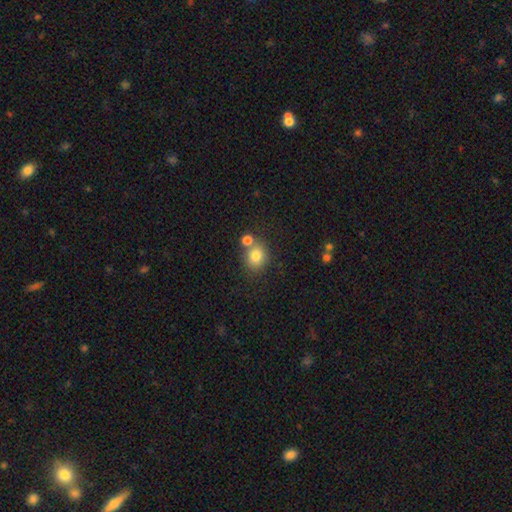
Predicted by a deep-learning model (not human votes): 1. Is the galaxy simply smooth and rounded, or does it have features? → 80% smooth, 11% star or artifact, 9% featured or disk.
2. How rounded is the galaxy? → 73% round, 26% in between, 1% cigar-shaped.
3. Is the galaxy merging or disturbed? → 60% none, 25% merger, 11% minor disturbance, 3% major disturbance.